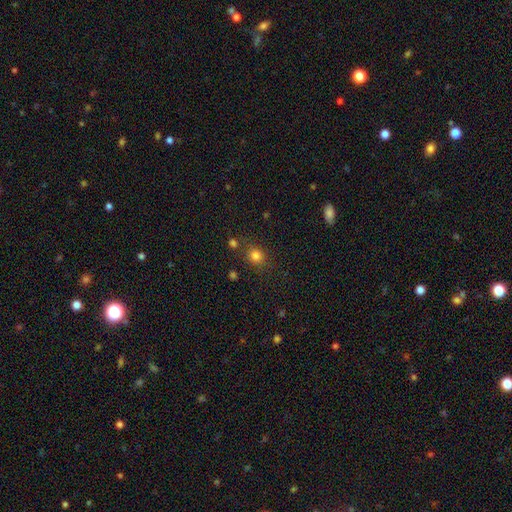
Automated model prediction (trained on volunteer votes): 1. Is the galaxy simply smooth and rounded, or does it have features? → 80% smooth, 14% star or artifact, 5% featured or disk.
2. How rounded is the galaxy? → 80% round, 19% in between, 1% cigar-shaped.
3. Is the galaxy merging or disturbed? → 77% none, 11% minor disturbance, 8% merger, 4% major disturbance.